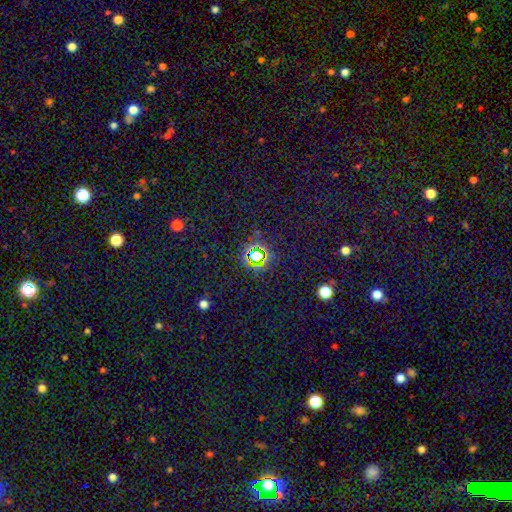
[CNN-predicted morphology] Smooth or featured? Predicted: star or artifact (p=0.72).